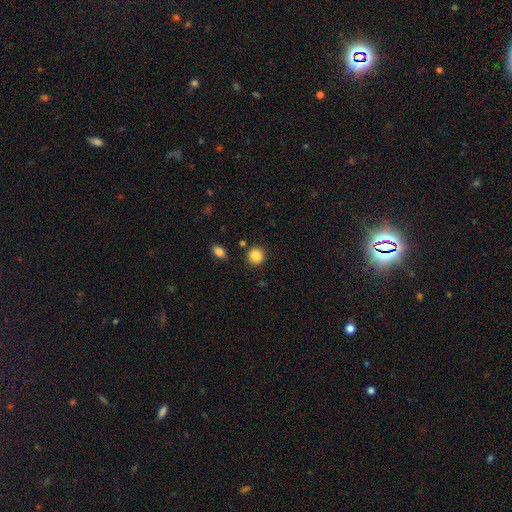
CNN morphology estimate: Smooth or featured?
  - smooth: 88% *
  - star or artifact: 9%
  - featured or disk: 3%
How rounded?
  - round: 92% *
  - in between: 7%
  - cigar-shaped: 1%
Merging?
  - none: 88% *
  - minor disturbance: 7%
  - merger: 3%
  - major disturbance: 2%